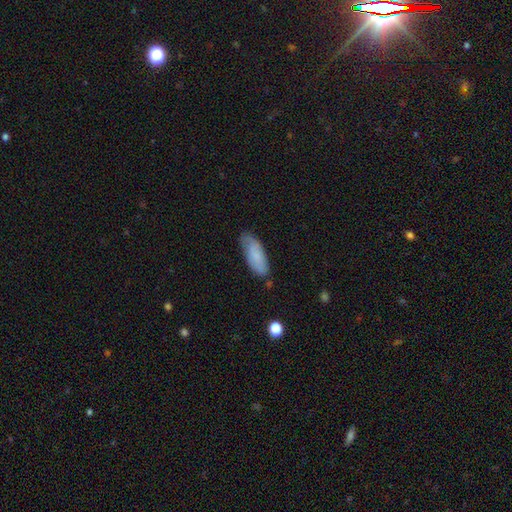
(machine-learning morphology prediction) A smooth galaxy with no disk features (78%) that is in between round and cigar-shaped (72%).

Vote fractions:
- Smooth or featured? smooth: 78% / featured or disk: 15% / star or artifact: 7%
- How rounded? in between: 72% / cigar-shaped: 27% / round: 2%
- Merging? none: 66% / minor disturbance: 26% / major disturbance: 5% / merger: 2%